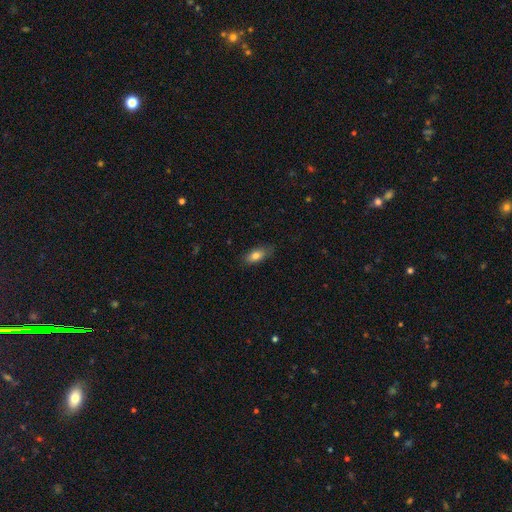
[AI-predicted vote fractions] This appears to be a smooth galaxy with no disk features (80%) that is in between round and cigar-shaped (81%). Merging: none (78%).